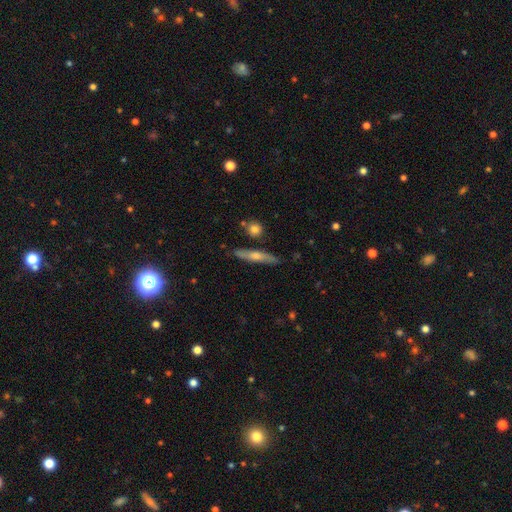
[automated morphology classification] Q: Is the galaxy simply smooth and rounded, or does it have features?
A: featured or disk — 57%.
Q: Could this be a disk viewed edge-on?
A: yes — 90%.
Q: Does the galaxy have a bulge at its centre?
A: rounded — 77%.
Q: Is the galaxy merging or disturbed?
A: none — 84%.